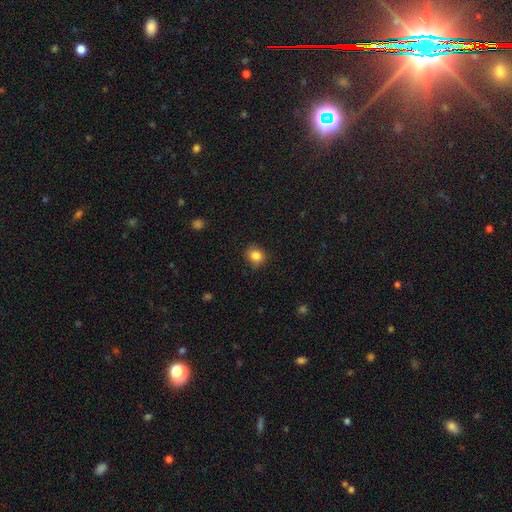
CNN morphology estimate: This appears to be a smooth galaxy with no disk features (84%) that is round (74%). Merging: none (82%).